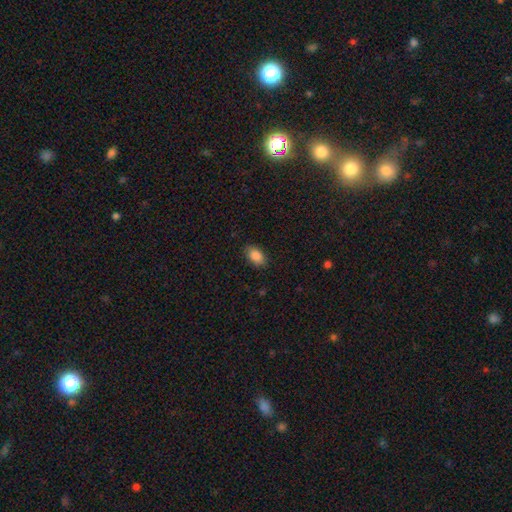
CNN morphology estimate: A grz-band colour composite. It shows a smooth galaxy with no disk features (87%) that is in between round and cigar-shaped (90%). Merging: none (87%).